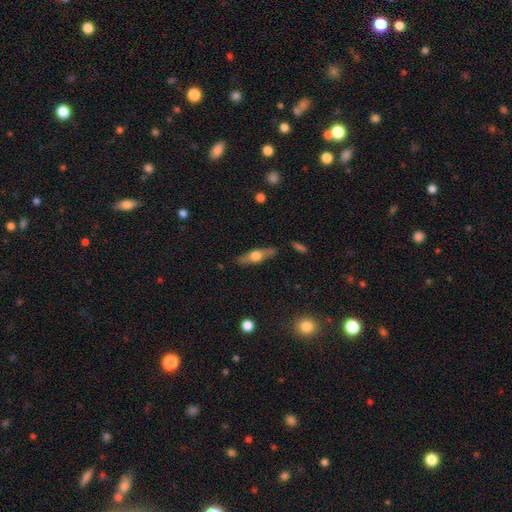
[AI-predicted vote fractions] Smooth or featured?
  - featured or disk: 57% *
  - smooth: 37%
  - star or artifact: 6%
Edge-on disk?
  - yes: 90% *
  - no: 10%
Edge-on bulge?
  - rounded: 93% *
  - boxy: 5%
  - none: 2%
Merging?
  - none: 84% *
  - minor disturbance: 11%
  - major disturbance: 3%
  - merger: 2%